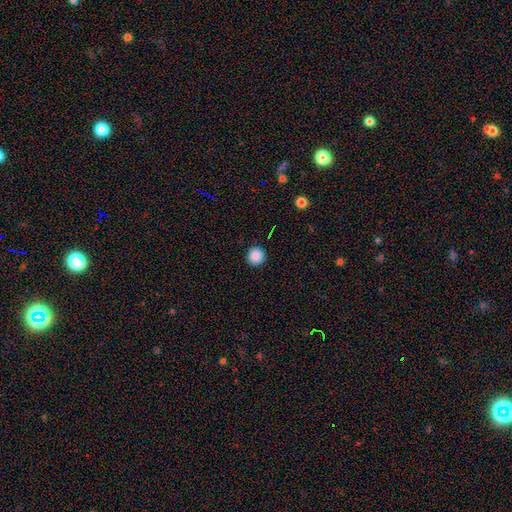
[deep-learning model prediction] Q: Smooth or featured?
A: smooth (88%); runner-up: star or artifact (10%)
Q: How rounded?
A: round (95%); runner-up: in between (4%)
Q: Merging?
A: none (92%); runner-up: minor disturbance (5%)